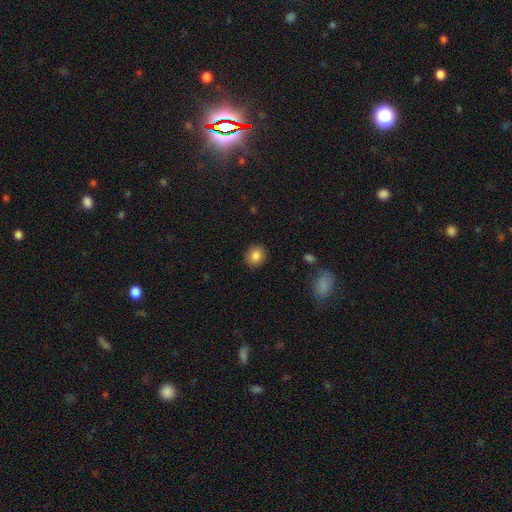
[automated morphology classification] This appears to be a smooth galaxy with no disk features (85%) that is round (77%). Merging: none (89%).